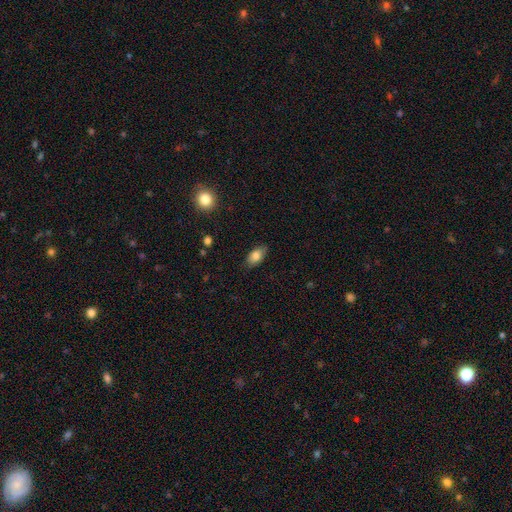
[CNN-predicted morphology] Smooth or featured?
  - smooth: 81% *
  - featured or disk: 11%
  - star or artifact: 8%
How rounded?
  - in between: 91% *
  - round: 5%
  - cigar-shaped: 4%
Merging?
  - none: 83% *
  - minor disturbance: 13%
  - major disturbance: 3%
  - merger: 1%